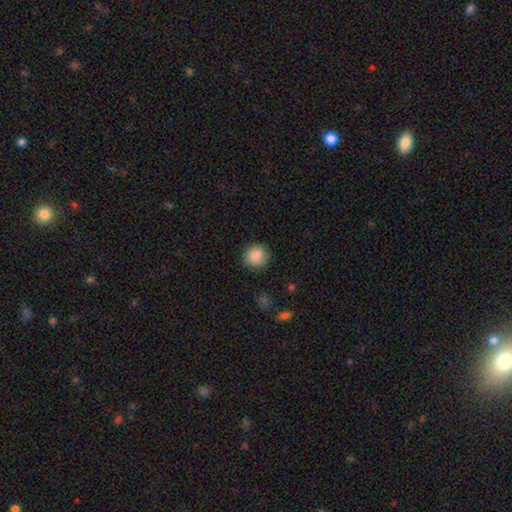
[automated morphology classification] A smooth galaxy with no disk features (88%) that is round (91%).

Vote fractions:
- Smooth or featured? smooth: 88% / star or artifact: 8% / featured or disk: 4%
- How rounded? round: 91% / in between: 8% / cigar-shaped: 1%
- Merging? none: 86% / minor disturbance: 10% / major disturbance: 3% / merger: 1%